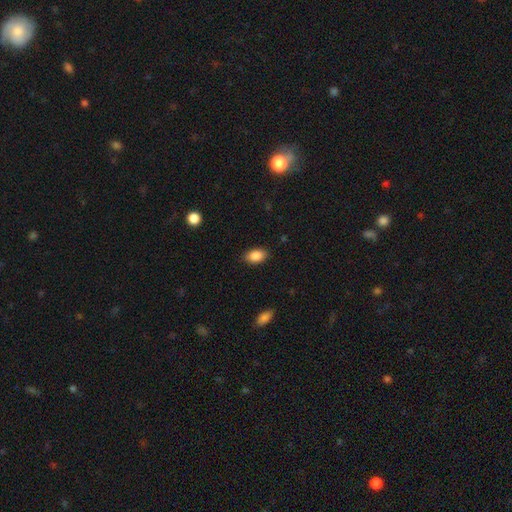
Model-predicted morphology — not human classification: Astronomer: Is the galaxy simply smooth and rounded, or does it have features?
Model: smooth — 88%.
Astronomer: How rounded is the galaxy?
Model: in between — 90%.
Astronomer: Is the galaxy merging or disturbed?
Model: none — 87%.